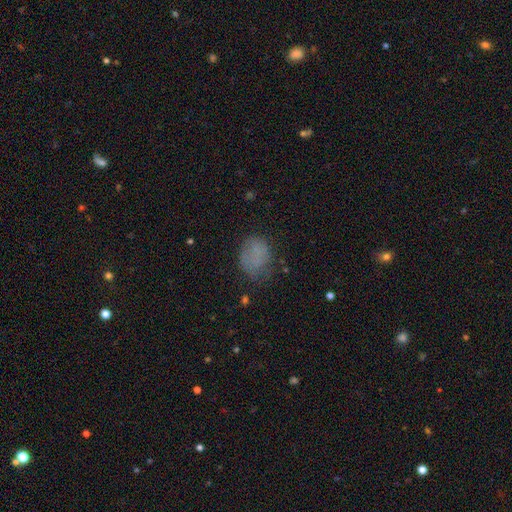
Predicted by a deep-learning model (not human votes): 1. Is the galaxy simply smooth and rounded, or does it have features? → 70% smooth, 15% featured or disk, 15% star or artifact.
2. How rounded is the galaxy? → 57% in between, 42% round, 1% cigar-shaped.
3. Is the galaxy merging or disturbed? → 57% none, 26% minor disturbance, 14% major disturbance, 3% merger.